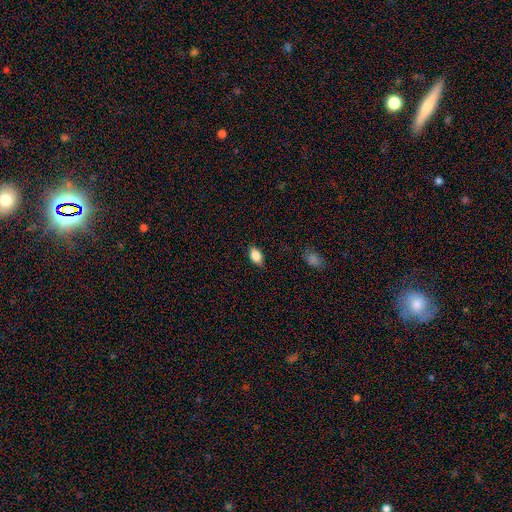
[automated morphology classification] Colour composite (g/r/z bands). It shows a smooth galaxy with no disk features (86%) that is in between round and cigar-shaped (87%). Merging: none (80%).